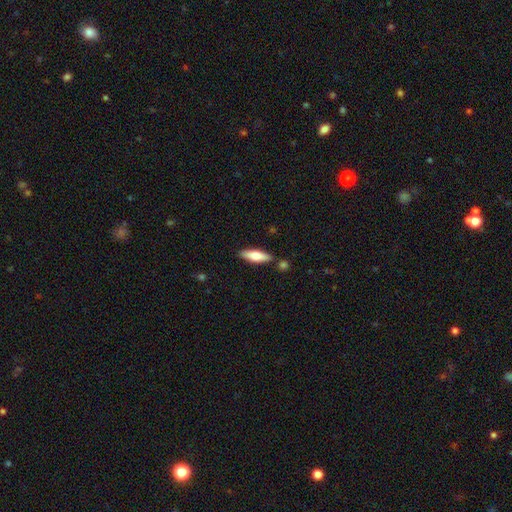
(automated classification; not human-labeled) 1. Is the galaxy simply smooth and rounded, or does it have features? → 66% smooth, 28% featured or disk, 6% star or artifact.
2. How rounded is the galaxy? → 55% cigar-shaped, 43% in between, 2% round.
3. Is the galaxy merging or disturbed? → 83% none, 10% minor disturbance, 5% merger, 2% major disturbance.